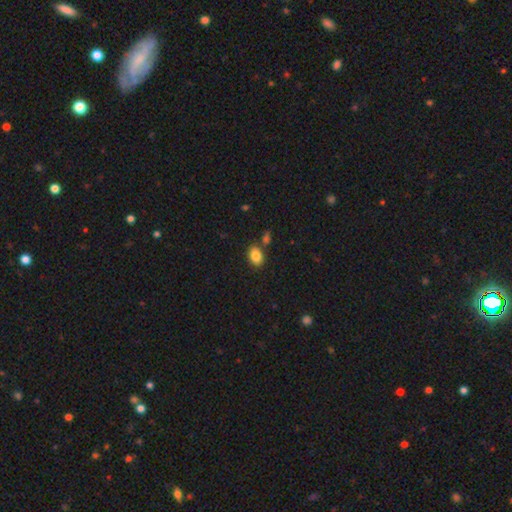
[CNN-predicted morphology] Overall: smooth (84%). How rounded: in between (81%). Merging: none (72%).